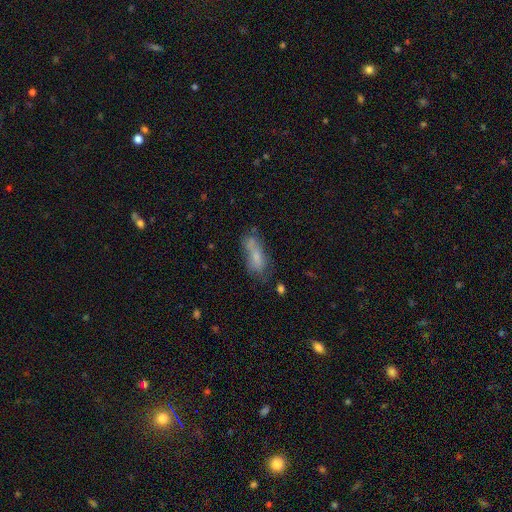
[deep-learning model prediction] smooth-or-featured: smooth: 65% | featured or disk: 24% | star or artifact: 11%
  how-rounded: in between: 66% | cigar-shaped: 30% | round: 4%
  merging: none: 41% | minor disturbance: 24% | merger: 20% | major disturbance: 15%